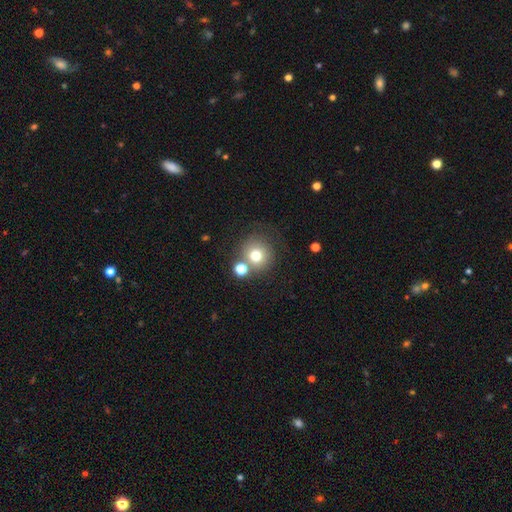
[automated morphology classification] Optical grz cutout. It shows a smooth galaxy with no disk features (74%) that is round (91%). Merging: none (64%).